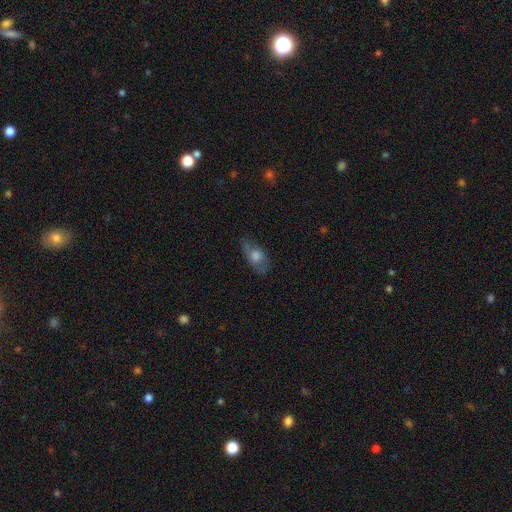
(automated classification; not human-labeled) Q: Smooth or featured?
A: smooth (58%); runner-up: featured or disk (33%)
Q: How rounded?
A: in between (82%); runner-up: round (9%)
Q: Merging?
A: none (59%); runner-up: minor disturbance (27%)